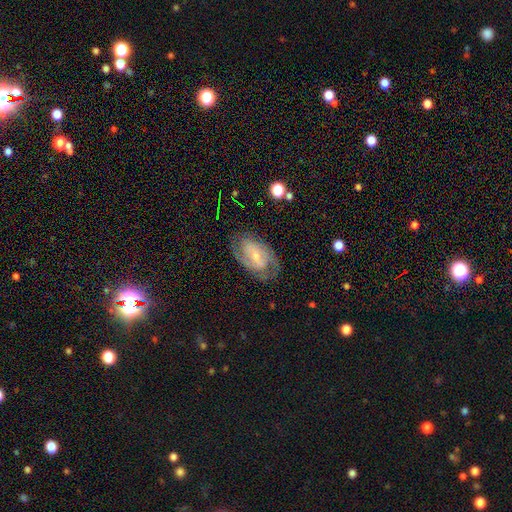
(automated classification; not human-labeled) This is likely a featured or disk galaxy (79%). It is clearly not viewed edge-on (96%). Bar: marginally weak (44%). Spiral arm pattern: clearly yes (89%). Spiral arm count: likely 2 (73%). Spiral winding: marginally medium (45%). Central bulge: likely small (66%). Merging: likely none (73%).